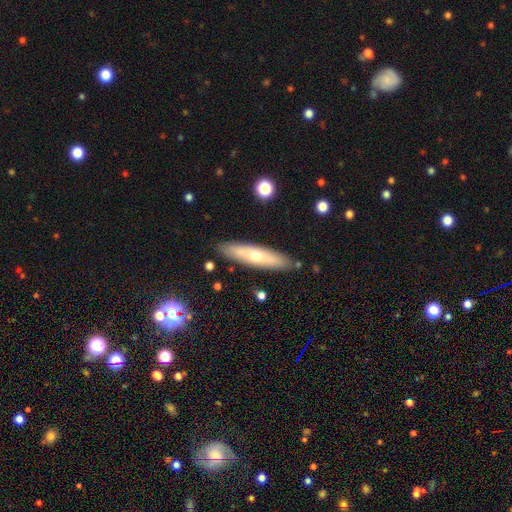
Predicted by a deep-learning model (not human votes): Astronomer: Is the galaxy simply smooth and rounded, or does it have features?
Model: smooth — 52% (runner-up: featured or disk, 41%).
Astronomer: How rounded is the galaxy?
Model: cigar-shaped — 78%.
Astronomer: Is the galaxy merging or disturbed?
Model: none — 87%.